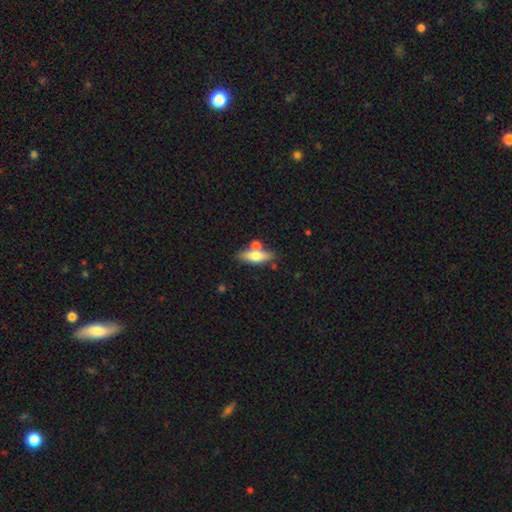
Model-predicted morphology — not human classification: Smooth or featured? Predicted: smooth (p=0.67). How rounded? Predicted: in between (p=0.54). Merging? Predicted: none (p=0.61).